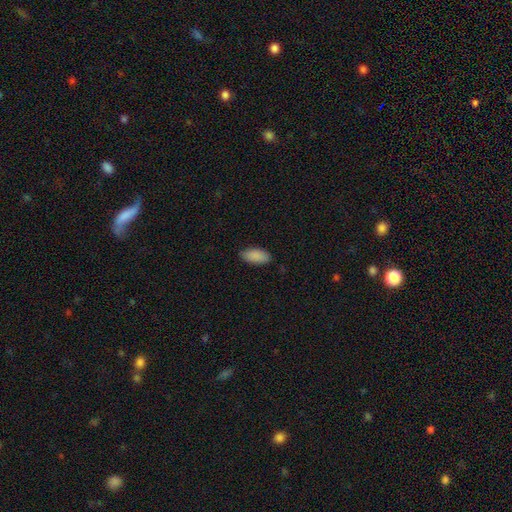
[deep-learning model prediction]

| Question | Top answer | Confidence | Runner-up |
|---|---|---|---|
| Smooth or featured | smooth | 89% | star or artifact (6%) |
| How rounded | in between | 91% | cigar-shaped (7%) |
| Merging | none | 83% | minor disturbance (14%) |